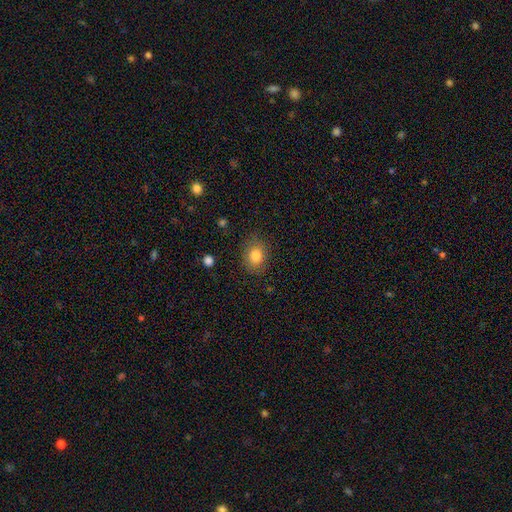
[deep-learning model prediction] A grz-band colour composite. It shows a smooth galaxy with no disk features (81%) that is in between round and cigar-shaped (53%). Merging: none (81%).